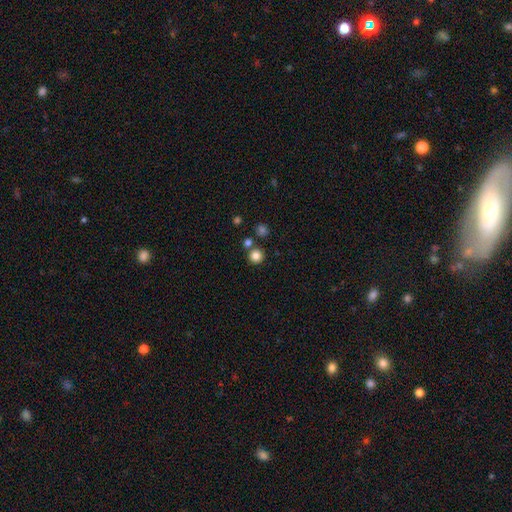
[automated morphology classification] smooth-or-featured: smooth: 83% | star or artifact: 12% | featured or disk: 5%
  how-rounded: round: 94% | in between: 5% | cigar-shaped: 1%
  merging: none: 80% | merger: 11% | minor disturbance: 7% | major disturbance: 2%